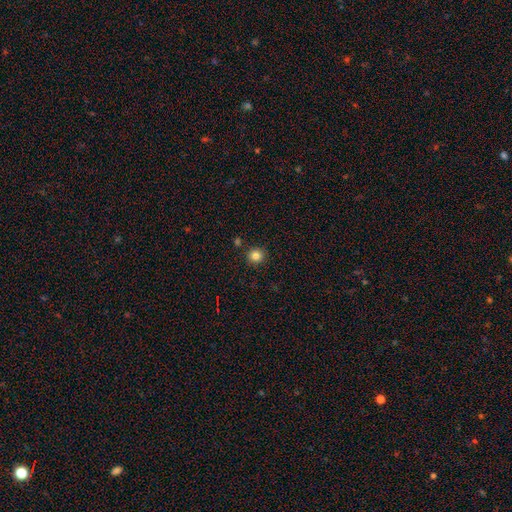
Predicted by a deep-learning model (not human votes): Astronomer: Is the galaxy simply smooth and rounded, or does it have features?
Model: smooth — 83%.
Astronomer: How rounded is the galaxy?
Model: round — 92%.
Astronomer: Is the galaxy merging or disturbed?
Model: none — 88%.